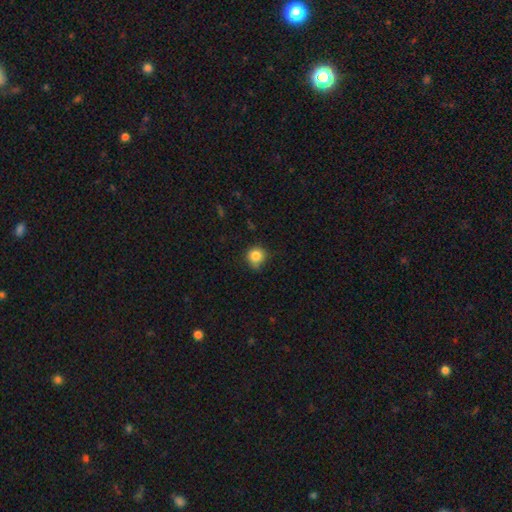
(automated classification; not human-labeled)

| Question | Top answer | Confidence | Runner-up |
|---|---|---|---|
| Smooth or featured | smooth | 83% | star or artifact (11%) |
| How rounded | round | 88% | in between (11%) |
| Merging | none | 66% | minor disturbance (27%) |